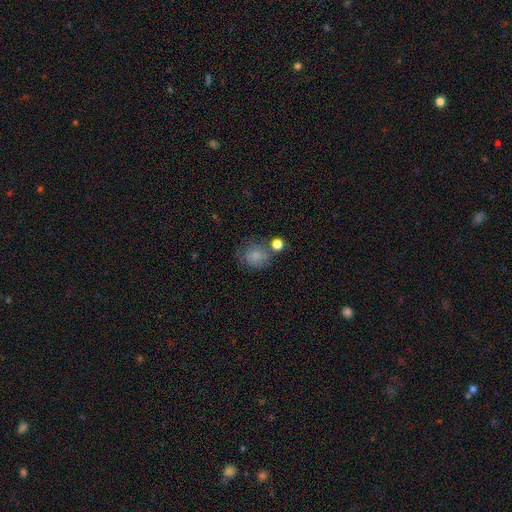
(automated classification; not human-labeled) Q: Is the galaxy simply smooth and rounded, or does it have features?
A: smooth — 76%.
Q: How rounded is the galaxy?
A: round — 75%.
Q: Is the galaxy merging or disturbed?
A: none — 54%.